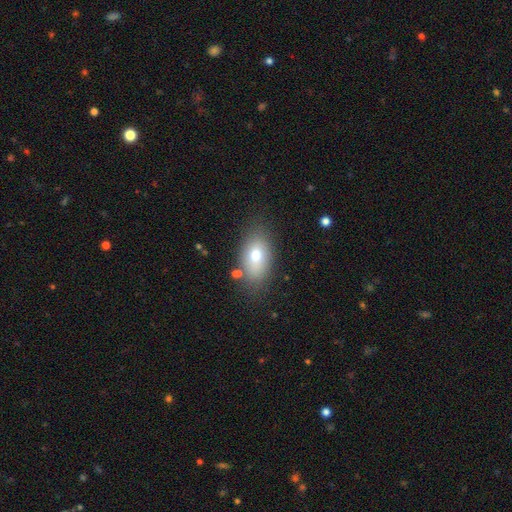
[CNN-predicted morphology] This is likely a smooth galaxy (73%). How rounded: clearly in between (87%). Merging: likely none (77%).